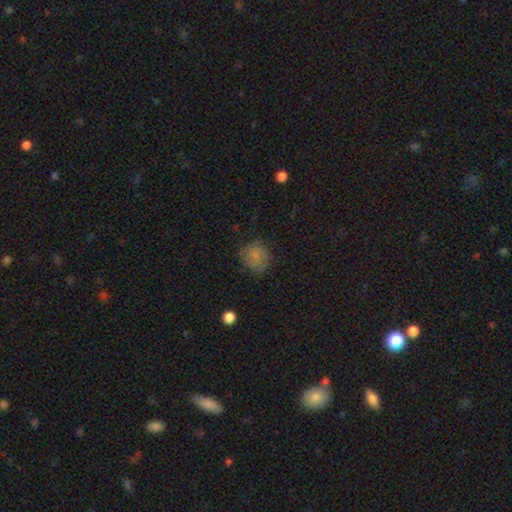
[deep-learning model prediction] A smooth galaxy with no disk features (78%) that is round (83%).

Vote fractions:
- Smooth or featured? smooth: 78% / star or artifact: 12% / featured or disk: 11%
- How rounded? round: 83% / in between: 16% / cigar-shaped: 1%
- Merging? none: 71% / minor disturbance: 21% / major disturbance: 7% / merger: 2%